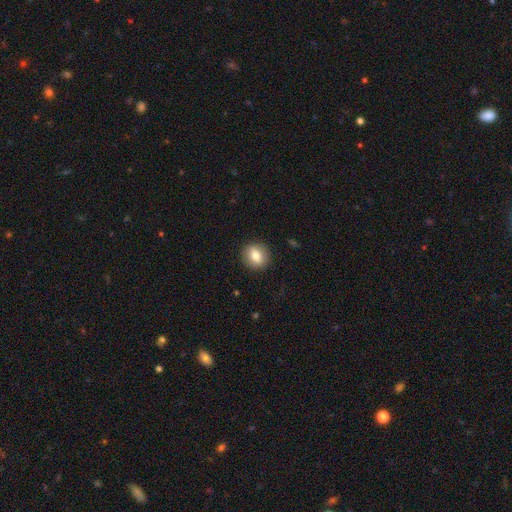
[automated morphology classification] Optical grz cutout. It shows a smooth galaxy with no disk features (78%) that is round (76%). Merging: none (90%).